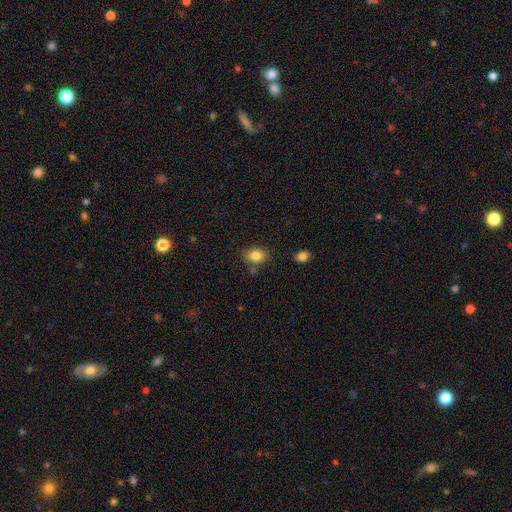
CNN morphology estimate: Q: Smooth or featured?
A: smooth (84%); runner-up: star or artifact (9%)
Q: How rounded?
A: in between (70%); runner-up: round (28%)
Q: Merging?
A: none (76%); runner-up: minor disturbance (14%)